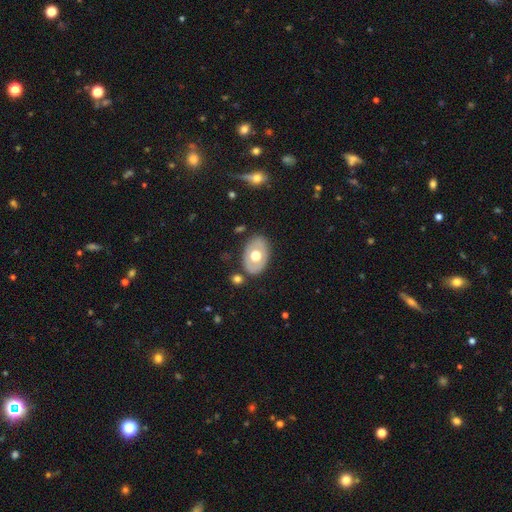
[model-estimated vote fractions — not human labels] This appears to be a smooth galaxy with no disk features (51%) that is in between round and cigar-shaped (83%). Merging: none (79%).